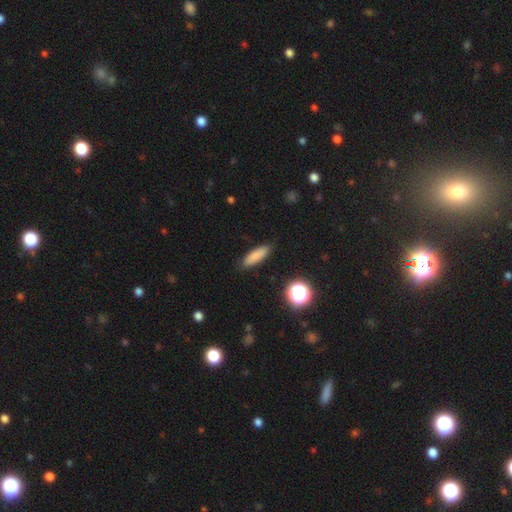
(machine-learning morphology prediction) Smooth or featured? smooth (83%)
How rounded? cigar-shaped (53%)
Merging? none (87%)